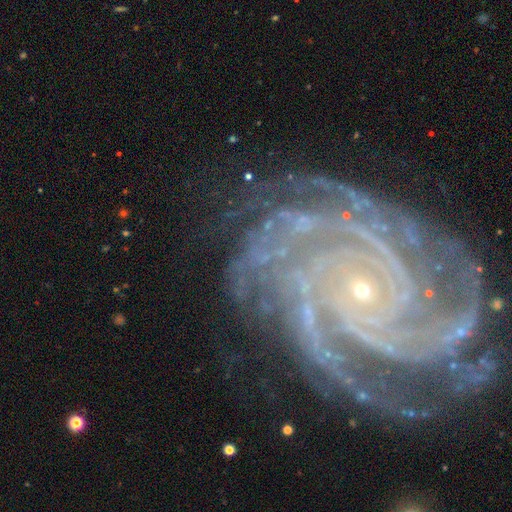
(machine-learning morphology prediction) The model was most divided on "spiral arm count": more than 4: 22%, 4: 19%, can't tell: 19%, 2: 16%, 3: 15%, 1: 10%. More confident: spiral arms — yes (98%); edge-on disk — no (97%); smooth or featured — featured or disk (87%); bulge size — small (86%); spiral winding — tight (79%); merging — none (74%); bar — no (70%).